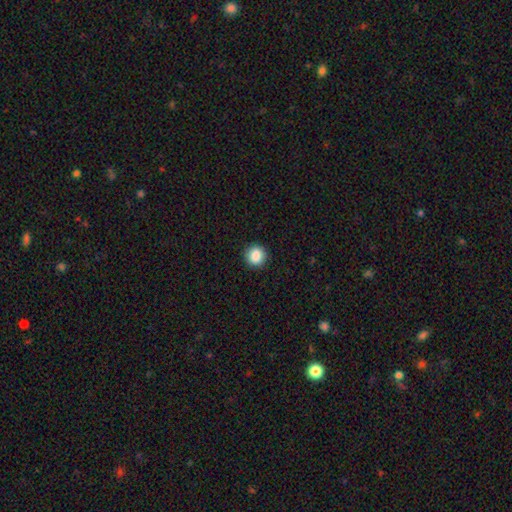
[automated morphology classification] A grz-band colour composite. It shows a smooth galaxy with no disk features (87%) that is round (92%). Merging: none (92%).